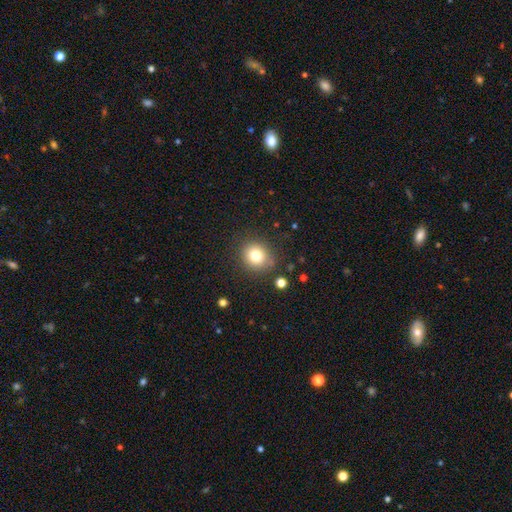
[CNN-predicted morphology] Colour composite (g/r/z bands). It shows a smooth galaxy with no disk features (77%) that is round (83%). Merging: none (85%).